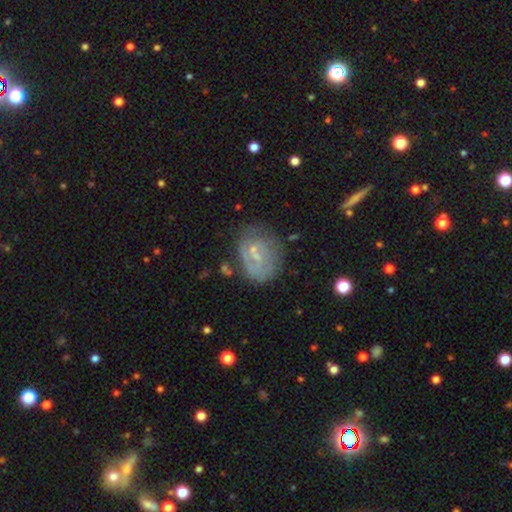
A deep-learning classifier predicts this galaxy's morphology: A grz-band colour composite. It shows a featured or disk galaxy (60%) with a weak bar (49%), spiral arms (70%) and a small central bulge (66%). Merging: none (65%).